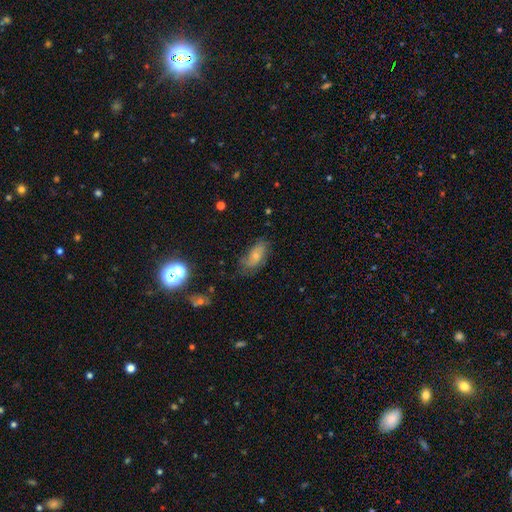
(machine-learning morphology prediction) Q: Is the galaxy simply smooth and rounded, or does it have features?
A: smooth — 57%.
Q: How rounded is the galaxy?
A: in between — 89%.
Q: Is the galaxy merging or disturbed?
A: none — 53%.